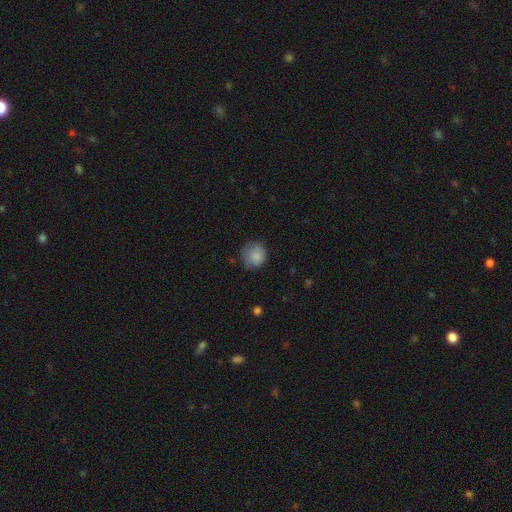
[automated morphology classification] Smooth or featured?
  - smooth: 84% *
  - star or artifact: 8%
  - featured or disk: 8%
How rounded?
  - round: 84% *
  - in between: 15%
  - cigar-shaped: 1%
Merging?
  - none: 70% *
  - minor disturbance: 23%
  - major disturbance: 6%
  - merger: 1%